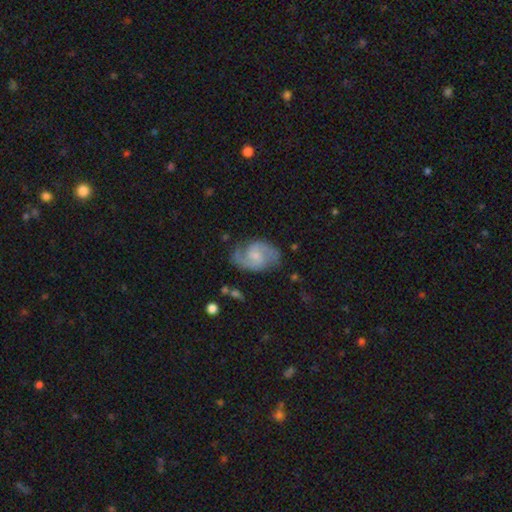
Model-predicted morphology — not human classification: Overall: featured or disk (87%). Edge-on disk: no (98%). Bar: no (49%; weak 44%). Spiral arms: yes (97%). Spiral arm count: 2 (91%). Spiral winding: medium (57%; tight 25%). Bulge size: small (59%; moderate 29%). Merging: none (76%).